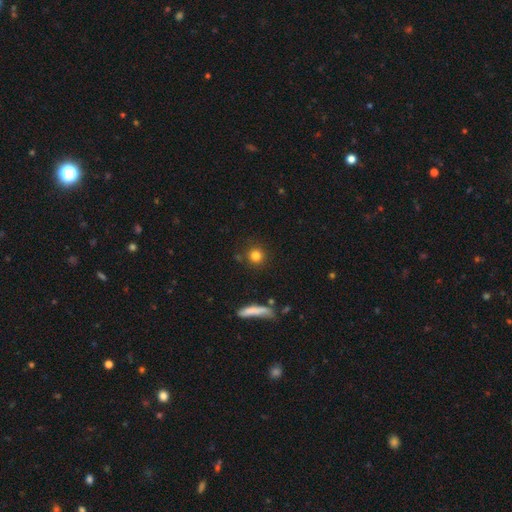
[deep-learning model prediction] Overall: smooth (81%). How rounded: round (91%). Merging: none (86%).